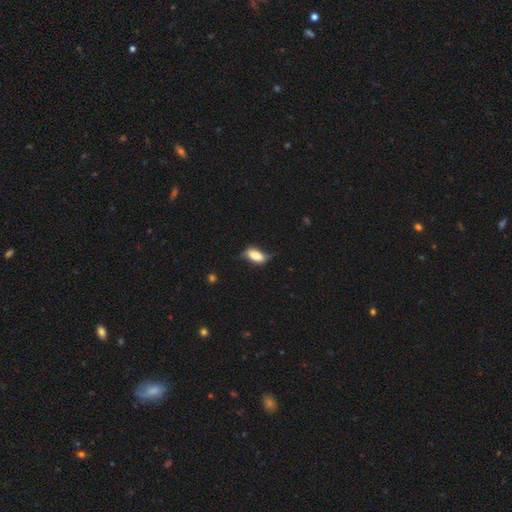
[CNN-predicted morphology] Smooth or featured? smooth (63%)
How rounded? in between (83%)
Merging? none (47%)